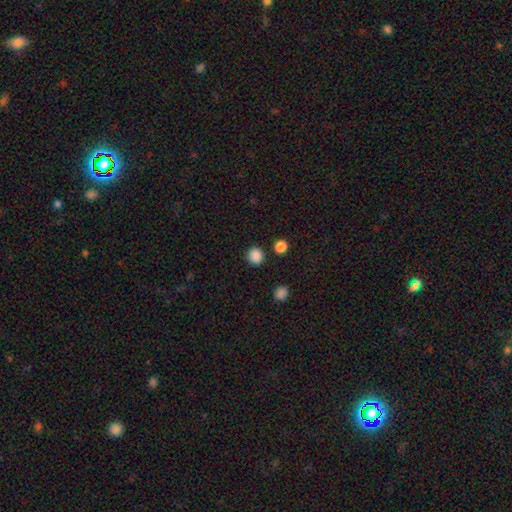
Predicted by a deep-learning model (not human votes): smooth_or_featured: smooth (p=0.86) [alt: star or artifact p=0.11]
how_rounded: round (p=0.92) [alt: in between p=0.07]
merging: none (p=0.89) [alt: minor disturbance p=0.06]